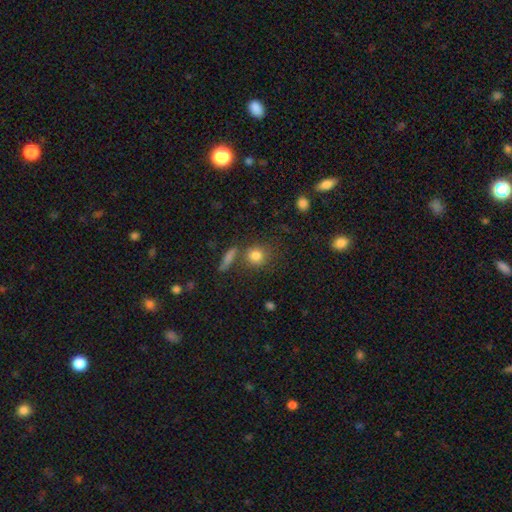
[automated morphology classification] Smooth or featured: smooth — 82% (star or artifact — 10%)
How rounded: round — 82% (in between — 15%)
Merging: none — 71% (merger — 13%)